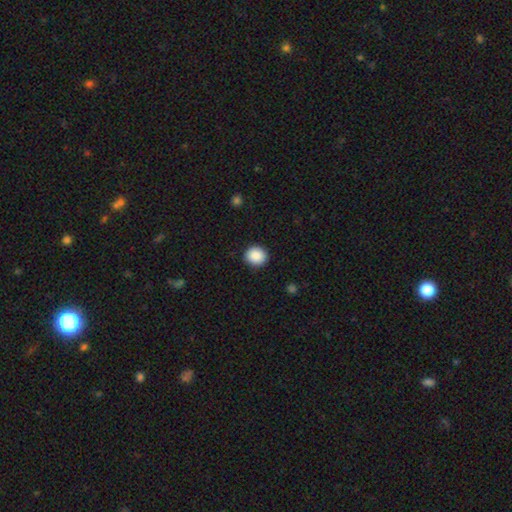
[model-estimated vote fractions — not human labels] The model was most divided on "how rounded": round: 85%, in between: 14%, cigar-shaped: 1%. More confident: merging — none (91%); smooth or featured — smooth (89%).